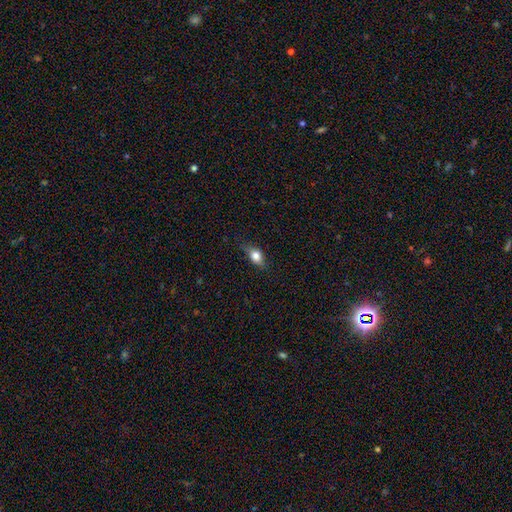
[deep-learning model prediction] smooth 77%, featured or disk 14%, star or artifact 9%. Down the decision tree: how rounded — in between (73%); merging — none (71%).